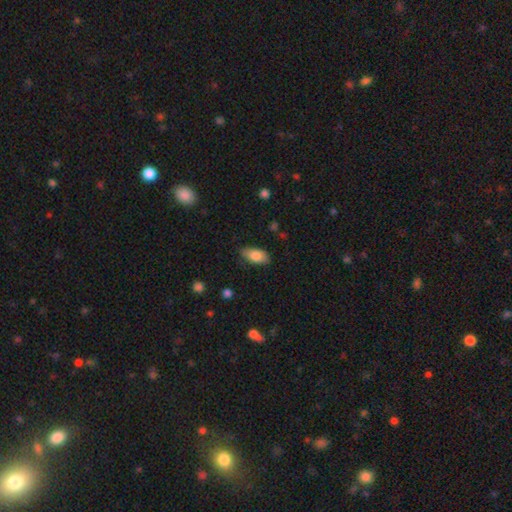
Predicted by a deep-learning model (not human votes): Overall: smooth (81%). How rounded: in between (90%). Merging: none (78%).